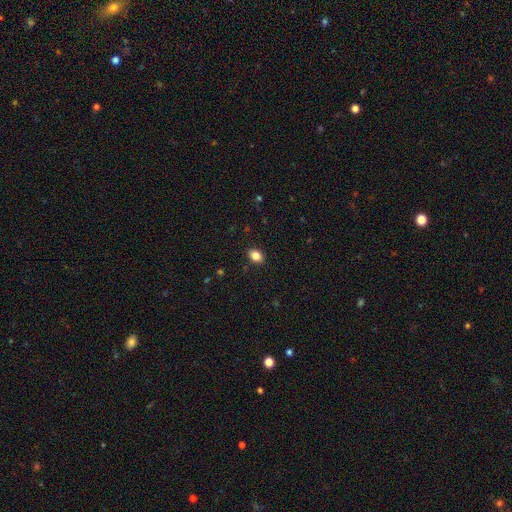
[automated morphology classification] Smooth or featured?
  - smooth: 85% *
  - star or artifact: 10%
  - featured or disk: 6%
How rounded?
  - in between: 73% *
  - round: 26%
  - cigar-shaped: 1%
Merging?
  - none: 89% *
  - minor disturbance: 8%
  - major disturbance: 2%
  - merger: 1%